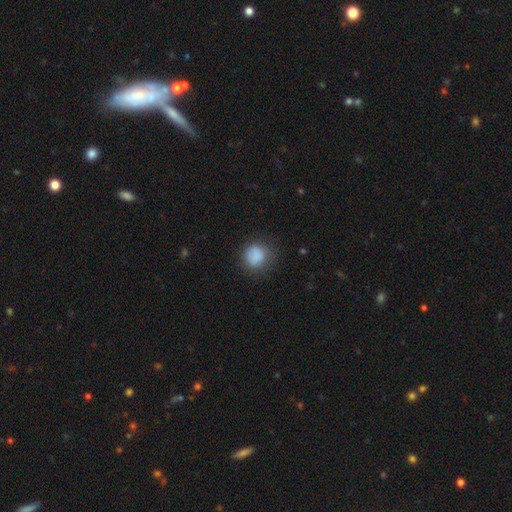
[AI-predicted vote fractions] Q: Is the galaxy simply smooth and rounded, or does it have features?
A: smooth — 84%.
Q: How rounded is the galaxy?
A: round — 81%.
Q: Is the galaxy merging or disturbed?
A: none — 74%.